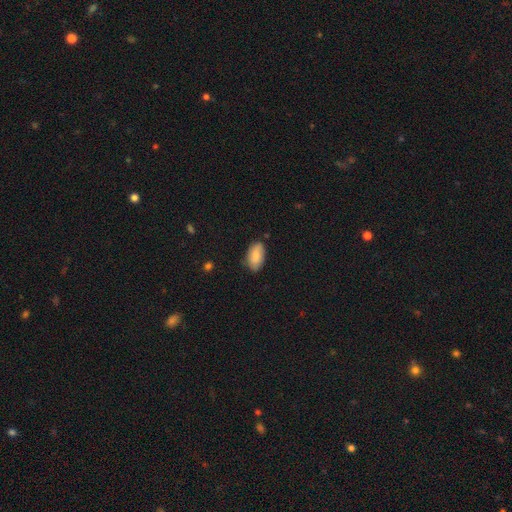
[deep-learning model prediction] smooth_or_featured: smooth (p=0.82) [alt: featured or disk p=0.12]
how_rounded: in between (p=0.94) [alt: round p=0.03]
merging: none (p=0.77) [alt: minor disturbance p=0.19]